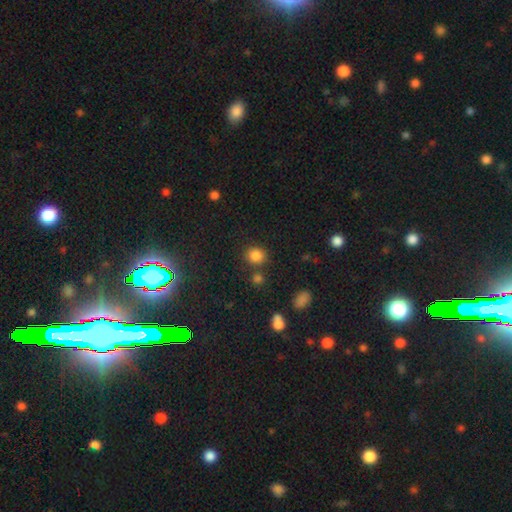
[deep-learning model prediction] Smooth or featured: smooth — 83% (star or artifact — 13%)
How rounded: round — 78% (in between — 21%)
Merging: none — 76% (minor disturbance — 11%)